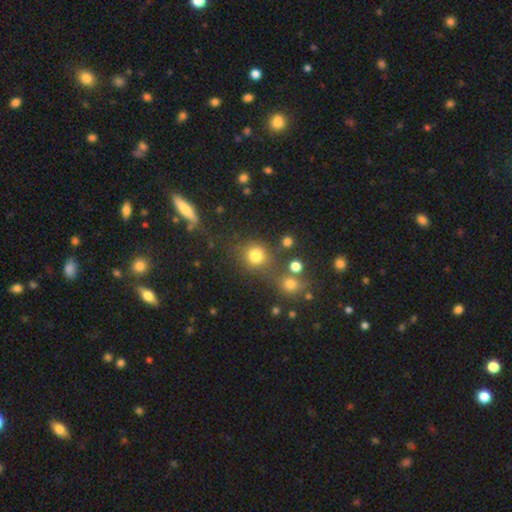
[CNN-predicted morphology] Overall: smooth (76%). How rounded: round (87%). Merging: none (66%).